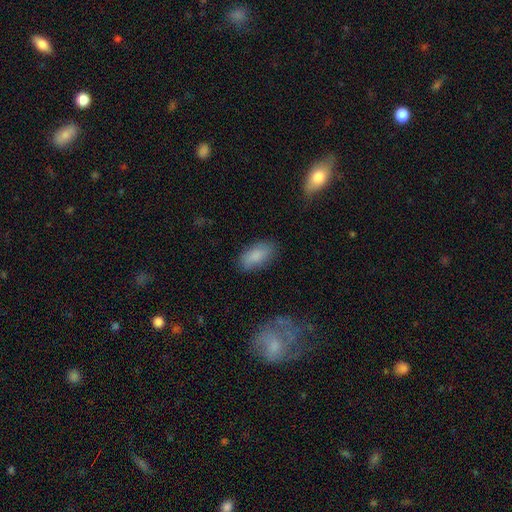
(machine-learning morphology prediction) smooth-or-featured: smooth: 85% | featured or disk: 9% | star or artifact: 7%
  how-rounded: in between: 91% | cigar-shaped: 7% | round: 3%
  merging: none: 80% | minor disturbance: 15% | major disturbance: 4% | merger: 2%